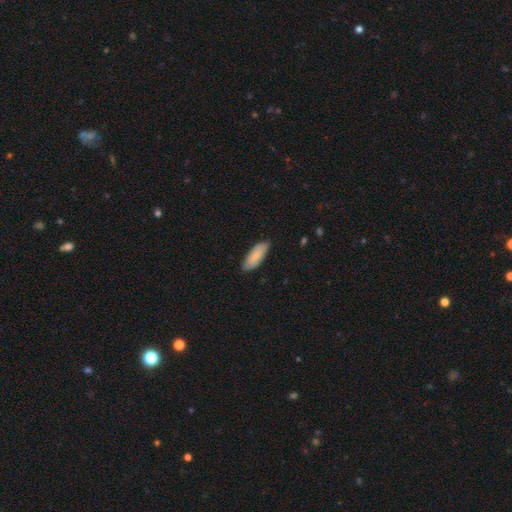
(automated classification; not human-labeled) This is clearly a smooth galaxy (82%). How rounded: likely in between (75%). Merging: clearly none (85%).